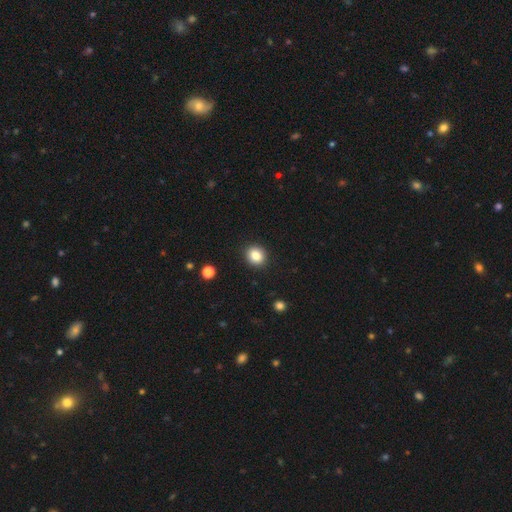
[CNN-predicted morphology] The model was most divided on "how rounded": round: 79%, in between: 20%, cigar-shaped: 1%. More confident: merging — none (92%); smooth or featured — smooth (84%).